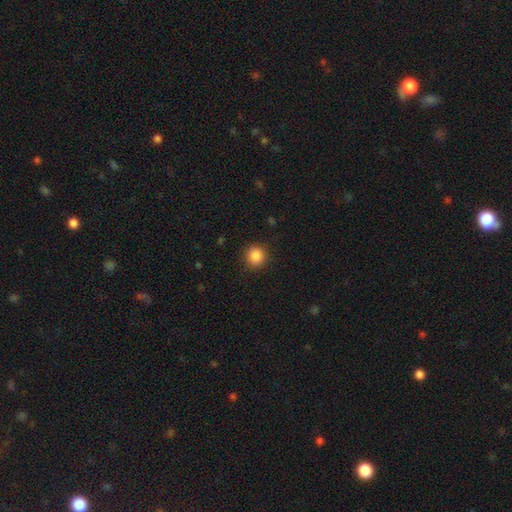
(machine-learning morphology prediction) Smooth or featured: smooth — 87% (star or artifact — 10%)
How rounded: round — 92% (in between — 7%)
Merging: none — 89% (minor disturbance — 7%)